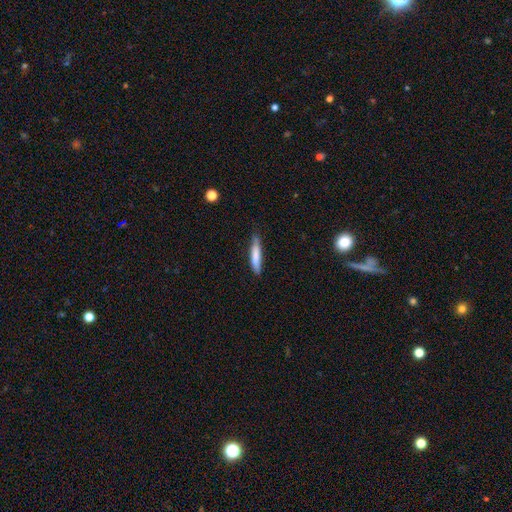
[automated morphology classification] Smooth or featured?
  - smooth: 78% *
  - featured or disk: 17%
  - star or artifact: 6%
How rounded?
  - cigar-shaped: 88% *
  - in between: 10%
  - round: 1%
Merging?
  - none: 73% *
  - minor disturbance: 22%
  - major disturbance: 3%
  - merger: 2%